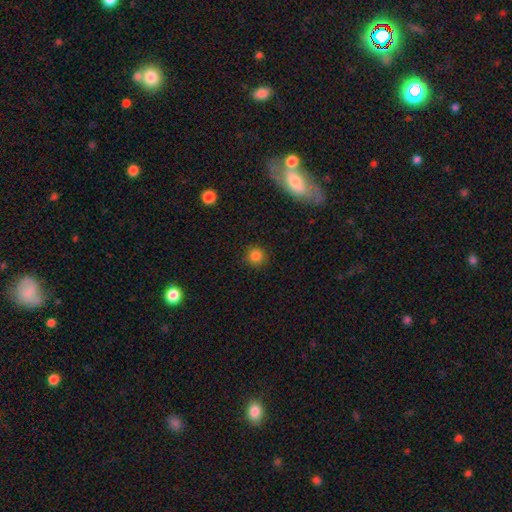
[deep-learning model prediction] This appears to be a smooth galaxy with no disk features (83%) that is round (94%). Merging: none (91%).